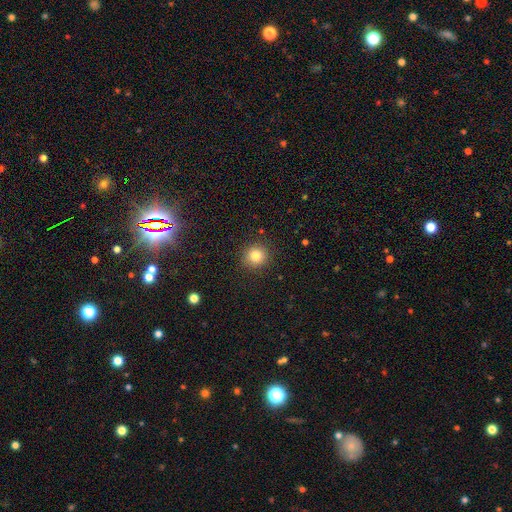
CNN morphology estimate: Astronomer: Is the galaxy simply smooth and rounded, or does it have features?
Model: smooth — 82%.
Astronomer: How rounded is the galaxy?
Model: round — 90%.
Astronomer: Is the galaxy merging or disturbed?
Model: none — 89%.